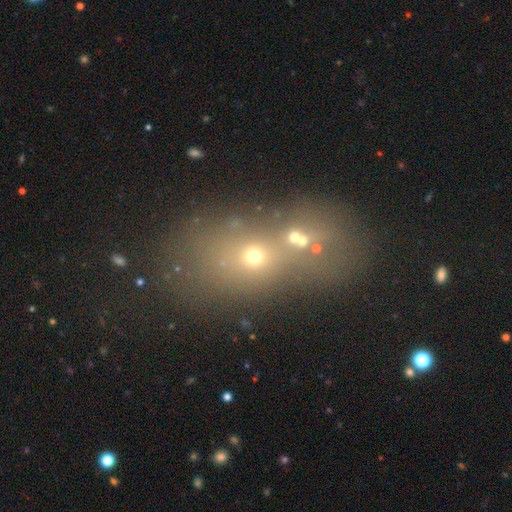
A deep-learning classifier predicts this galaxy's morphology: This is marginally a smooth galaxy (42%). Merging: likely merger (67%).